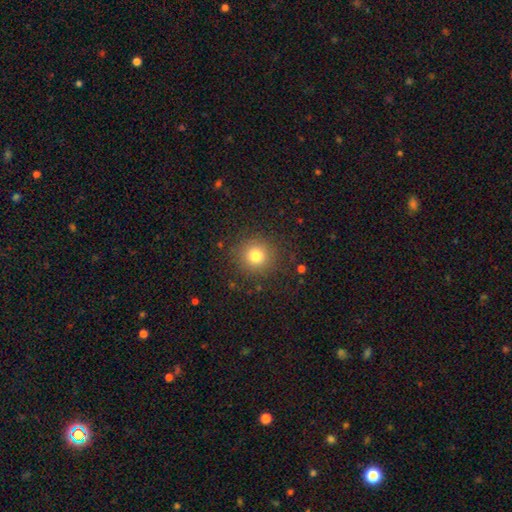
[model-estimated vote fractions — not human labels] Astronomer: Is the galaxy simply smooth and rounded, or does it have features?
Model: smooth — 79%.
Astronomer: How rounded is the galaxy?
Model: round — 93%.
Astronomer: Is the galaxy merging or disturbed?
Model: none — 88%.